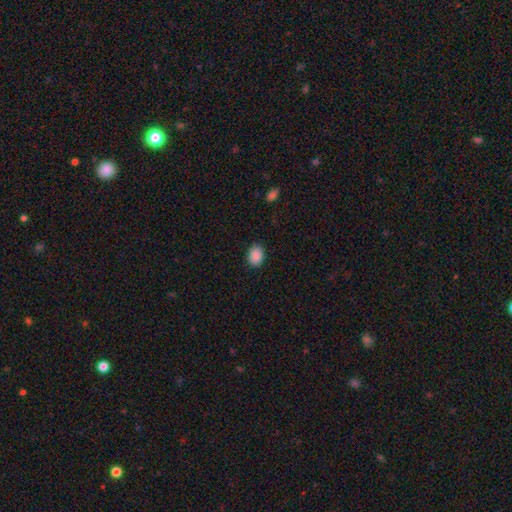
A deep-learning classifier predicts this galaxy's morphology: smooth 89%, star or artifact 8%, featured or disk 3%. Down the decision tree: how rounded — in between (67%); merging — none (88%).